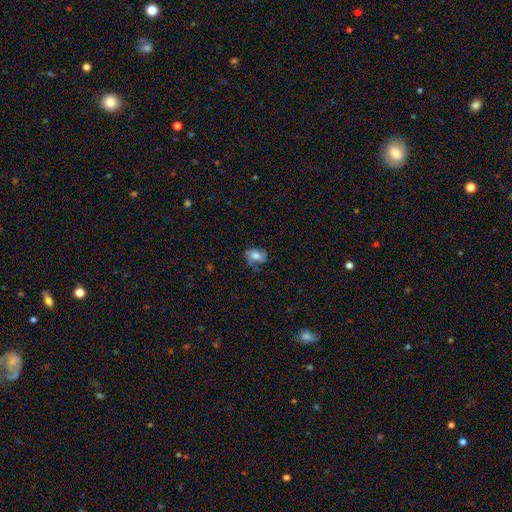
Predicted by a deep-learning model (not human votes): smooth 51%, featured or disk 39%, star or artifact 10%. Down the decision tree: how rounded — in between (72%); merging — none (57%).